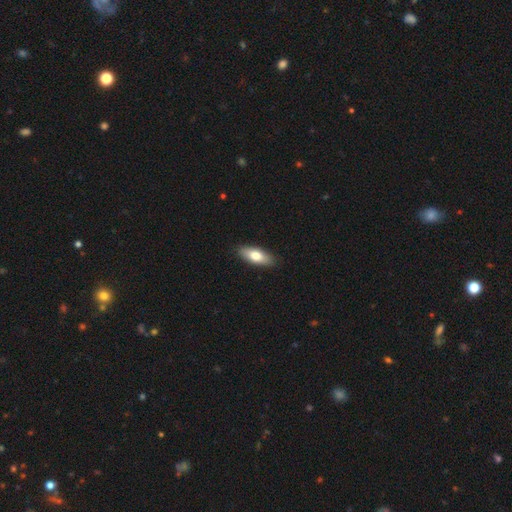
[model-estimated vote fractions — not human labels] A smooth galaxy with no disk features (75%) that is in between round and cigar-shaped (75%).

Vote fractions:
- Smooth or featured? smooth: 75% / featured or disk: 20% / star or artifact: 6%
- How rounded? in between: 75% / cigar-shaped: 22% / round: 3%
- Merging? none: 89% / minor disturbance: 9% / major disturbance: 2% / merger: 1%